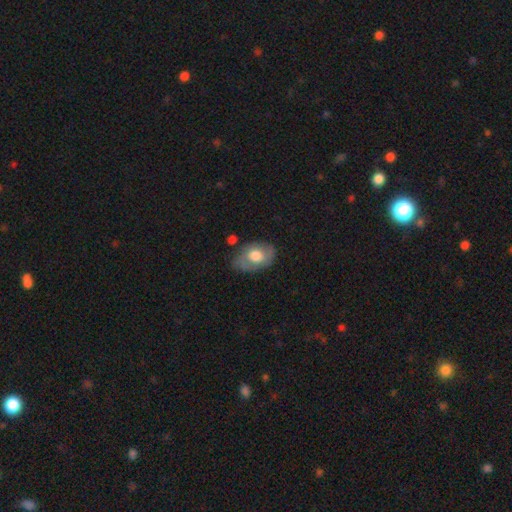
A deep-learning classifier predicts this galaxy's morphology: smooth_or_featured: smooth (p=0.58) [alt: featured or disk p=0.35]
how_rounded: in between (p=0.84) [alt: round p=0.15]
merging: none (p=0.60) [alt: minor disturbance p=0.28]